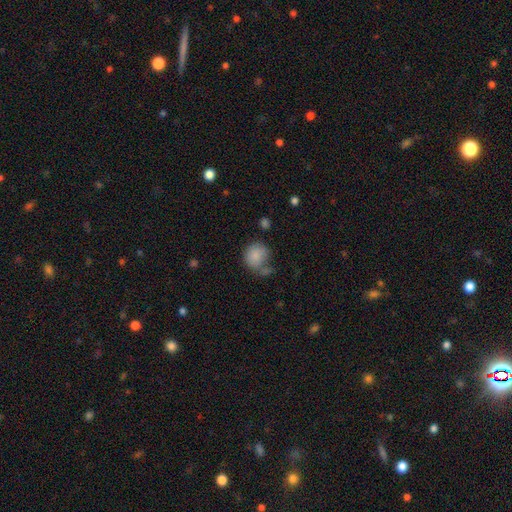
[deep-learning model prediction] Overall: smooth (84%). How rounded: round (78%). Merging: none (54%; merger 21%).